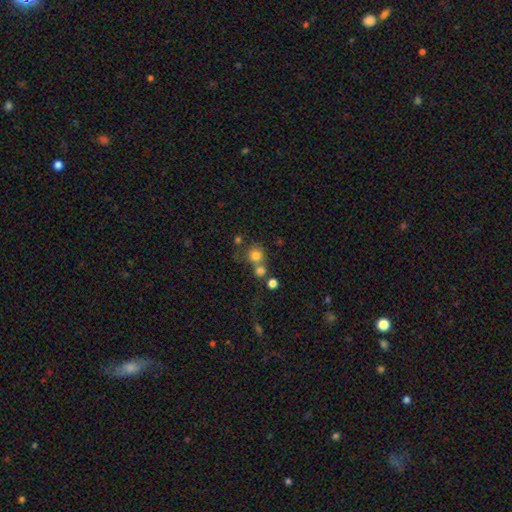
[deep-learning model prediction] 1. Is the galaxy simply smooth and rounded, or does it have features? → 76% smooth, 14% star or artifact, 10% featured or disk.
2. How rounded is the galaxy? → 89% round, 10% in between, 1% cigar-shaped.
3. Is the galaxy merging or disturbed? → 51% none, 36% merger, 8% minor disturbance, 5% major disturbance.